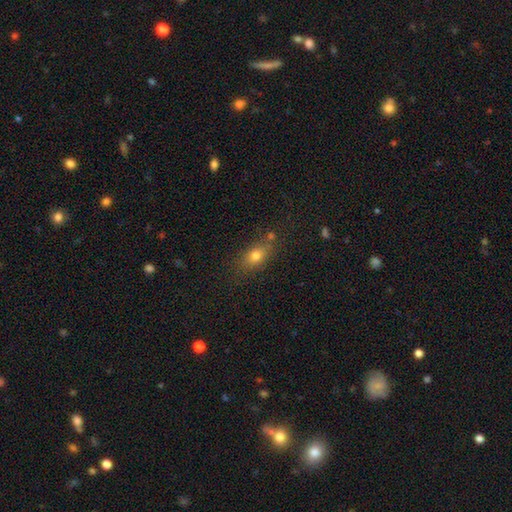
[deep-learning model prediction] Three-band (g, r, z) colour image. It shows a smooth galaxy with no disk features (75%) that is in between round and cigar-shaped (70%). Merging: none (70%).